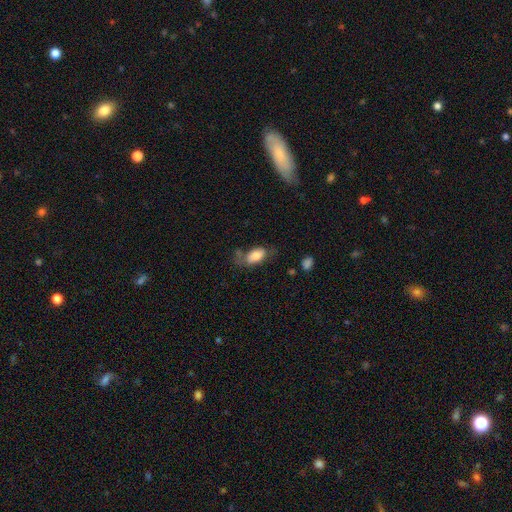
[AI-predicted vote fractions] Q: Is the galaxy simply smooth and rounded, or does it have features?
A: smooth — 76%.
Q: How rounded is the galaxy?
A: in between — 91%.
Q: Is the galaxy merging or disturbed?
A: none — 52%.